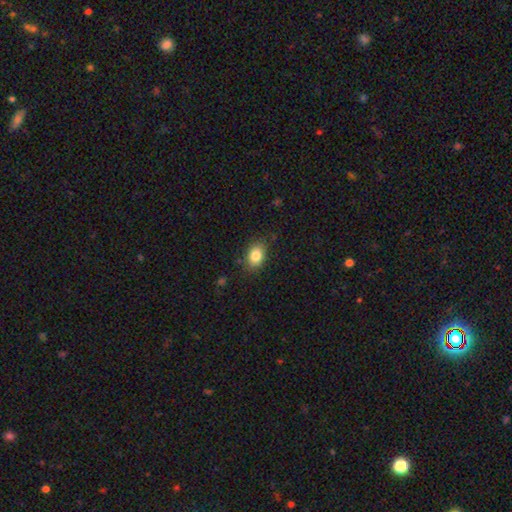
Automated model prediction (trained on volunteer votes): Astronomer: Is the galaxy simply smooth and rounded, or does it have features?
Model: smooth — 84%.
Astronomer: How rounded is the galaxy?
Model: in between — 79%.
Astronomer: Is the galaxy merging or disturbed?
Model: none — 83%.